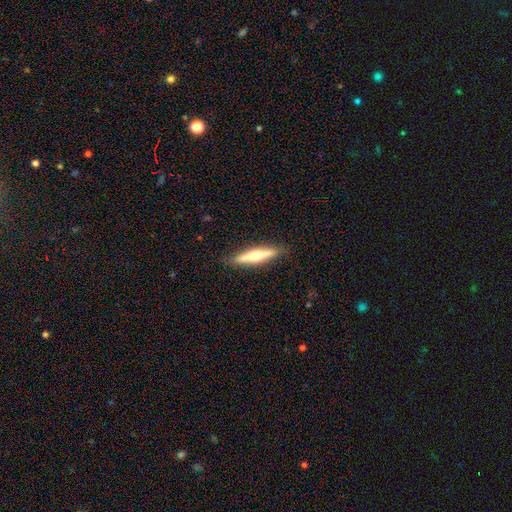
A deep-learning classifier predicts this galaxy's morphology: Smooth or featured: featured or disk — 53% (smooth — 42%)
Edge-on disk: yes — 94% (no — 6%)
Merging: none — 88% (minor disturbance — 9%)